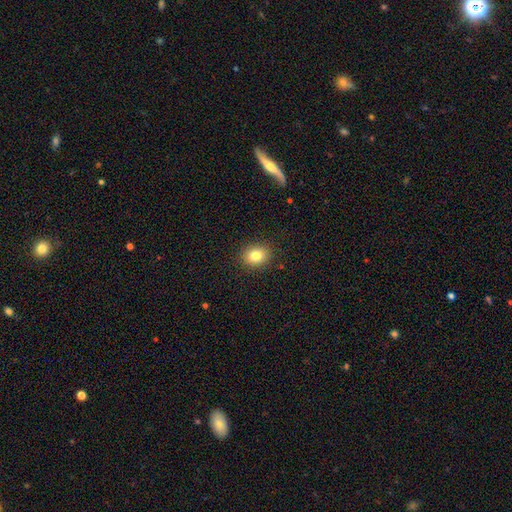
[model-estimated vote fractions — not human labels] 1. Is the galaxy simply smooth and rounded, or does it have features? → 81% smooth, 11% star or artifact, 8% featured or disk.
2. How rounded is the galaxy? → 56% round, 43% in between, 1% cigar-shaped.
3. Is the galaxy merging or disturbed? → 89% none, 8% minor disturbance, 2% major disturbance, 1% merger.